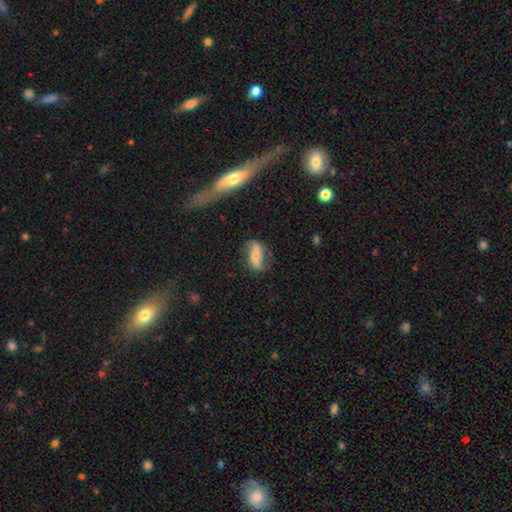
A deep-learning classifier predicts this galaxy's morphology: smooth_or_featured: featured or disk (p=0.59) [alt: smooth p=0.33]
disk_edge_on: no (p=0.89) [alt: yes p=0.11]
bar: strong (p=0.46) [alt: no p=0.29]
has_spiral_arms: yes (p=0.83) [alt: no p=0.17]
bulge_size: small (p=0.48) [alt: moderate p=0.36]
merging: none (p=0.68) [alt: minor disturbance p=0.20]